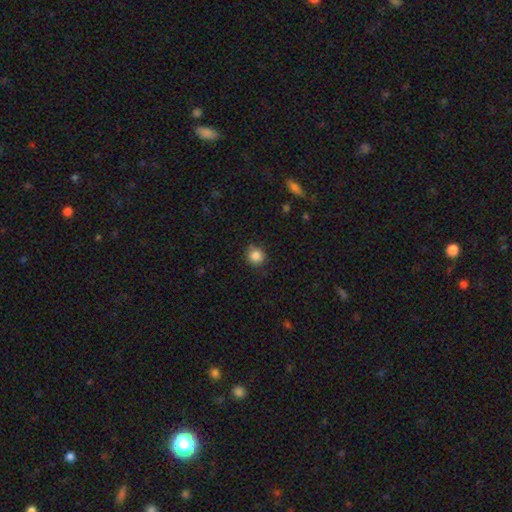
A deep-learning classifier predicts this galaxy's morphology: This appears to be a smooth galaxy with no disk features (86%) that is round (89%). Merging: none (83%).